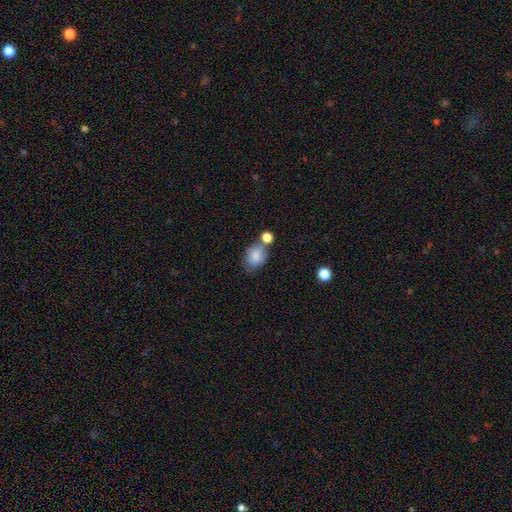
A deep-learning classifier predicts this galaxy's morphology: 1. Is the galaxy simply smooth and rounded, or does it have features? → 84% smooth, 8% featured or disk, 8% star or artifact.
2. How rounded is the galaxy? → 57% in between, 42% round, 1% cigar-shaped.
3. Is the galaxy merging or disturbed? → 49% none, 27% merger, 18% minor disturbance, 6% major disturbance.